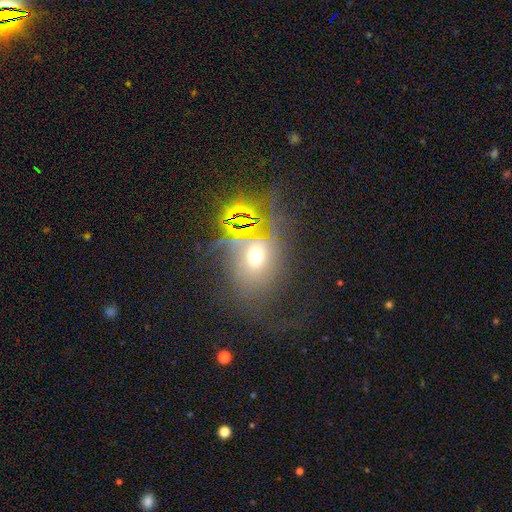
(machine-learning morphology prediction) A smooth galaxy with no disk features (48%).

Vote fractions:
- Smooth or featured? smooth: 48% / star or artifact: 34% / featured or disk: 18%
- Merging? none: 58% / major disturbance: 17% / minor disturbance: 17% / merger: 9%